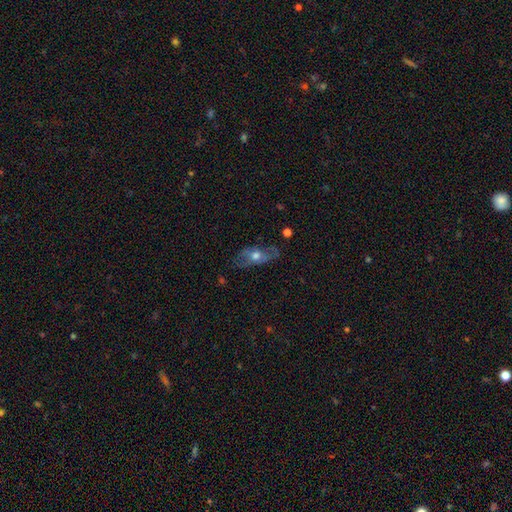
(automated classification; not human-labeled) Smooth or featured?
  - featured or disk: 53% *
  - smooth: 39%
  - star or artifact: 8%
Edge-on disk?
  - no: 70% *
  - yes: 30%
Merging?
  - none: 66% *
  - minor disturbance: 22%
  - major disturbance: 10%
  - merger: 2%